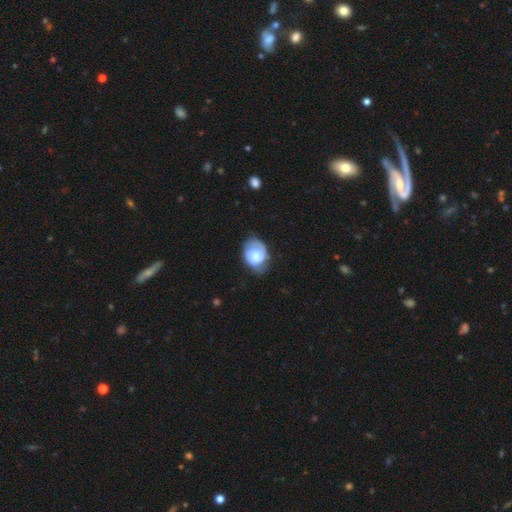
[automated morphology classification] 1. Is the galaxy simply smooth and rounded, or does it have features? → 52% smooth, 41% featured or disk, 7% star or artifact.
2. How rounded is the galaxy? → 59% in between, 40% round, 1% cigar-shaped.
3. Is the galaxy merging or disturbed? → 51% none, 33% minor disturbance, 14% major disturbance, 2% merger.